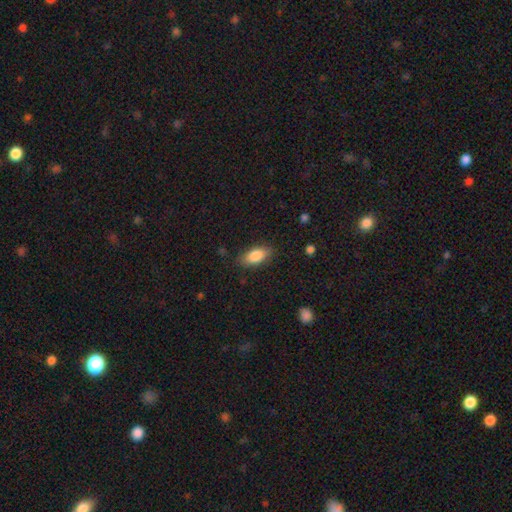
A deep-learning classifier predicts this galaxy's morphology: A smooth galaxy with no disk features (85%) that is in between round and cigar-shaped (88%).

Vote fractions:
- Smooth or featured? smooth: 85% / featured or disk: 8% / star or artifact: 7%
- How rounded? in between: 88% / cigar-shaped: 8% / round: 3%
- Merging? none: 83% / minor disturbance: 13% / major disturbance: 3% / merger: 1%